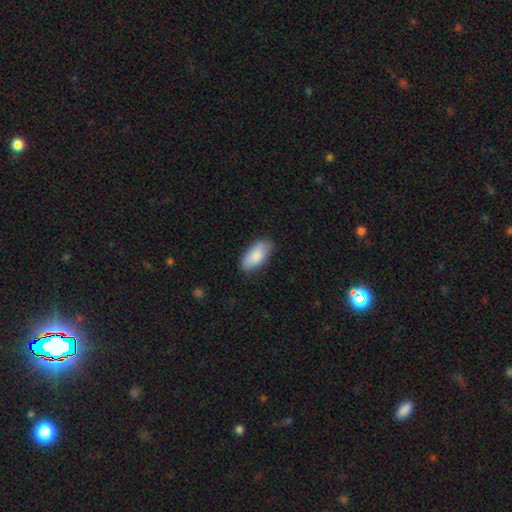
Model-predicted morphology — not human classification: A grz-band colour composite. It shows a smooth galaxy with no disk features (86%) that is in between round and cigar-shaped (91%). Merging: none (80%).